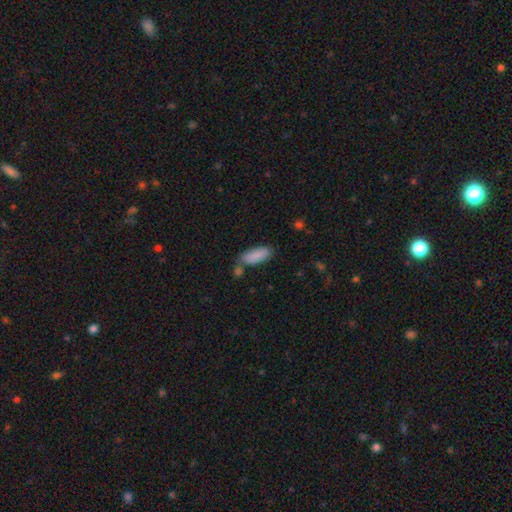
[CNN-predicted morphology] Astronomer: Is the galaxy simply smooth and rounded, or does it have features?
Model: smooth — 87%.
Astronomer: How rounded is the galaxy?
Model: in between — 74%.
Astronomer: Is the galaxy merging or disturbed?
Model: none — 63%.